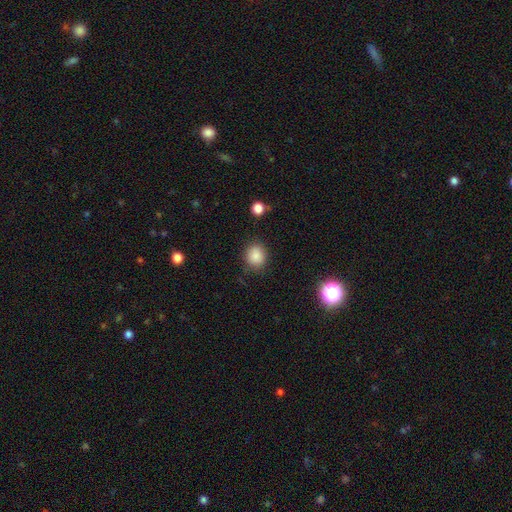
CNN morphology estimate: This is clearly a smooth galaxy (85%). How rounded: likely round (76%). Merging: clearly none (83%).